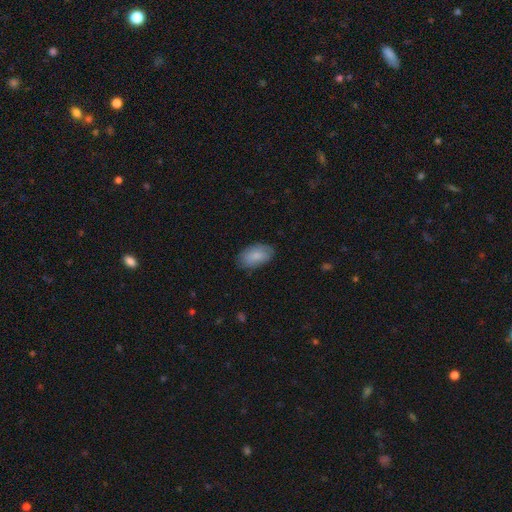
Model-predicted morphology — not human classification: Smooth or featured: smooth — 83% (featured or disk — 11%)
How rounded: in between — 94% (round — 5%)
Merging: none — 78% (minor disturbance — 17%)